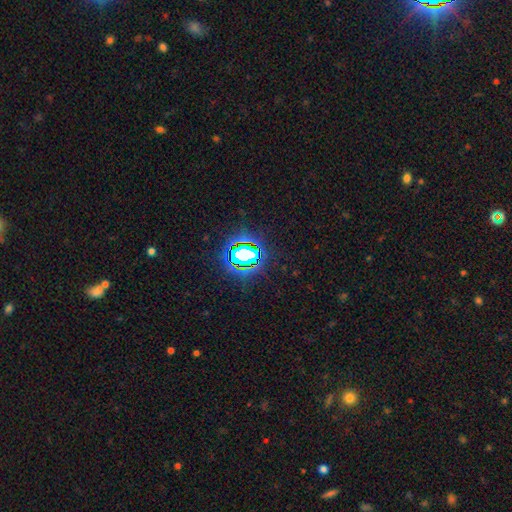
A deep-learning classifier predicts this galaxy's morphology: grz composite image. It shows a star or artifact, not a galaxy (82%).